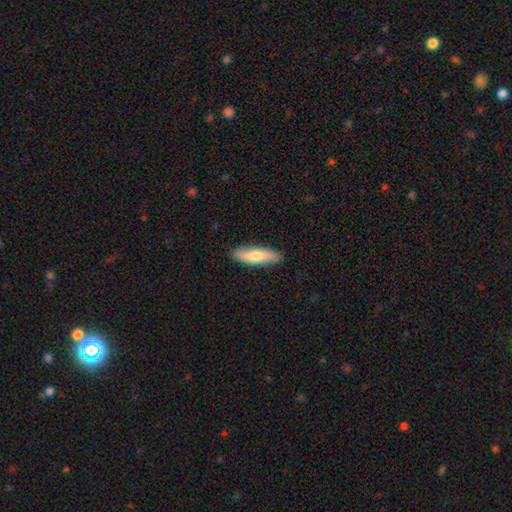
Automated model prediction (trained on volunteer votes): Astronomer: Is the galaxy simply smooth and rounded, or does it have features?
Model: smooth — 68%.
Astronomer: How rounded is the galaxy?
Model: cigar-shaped — 64%.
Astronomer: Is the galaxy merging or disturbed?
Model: none — 88%.